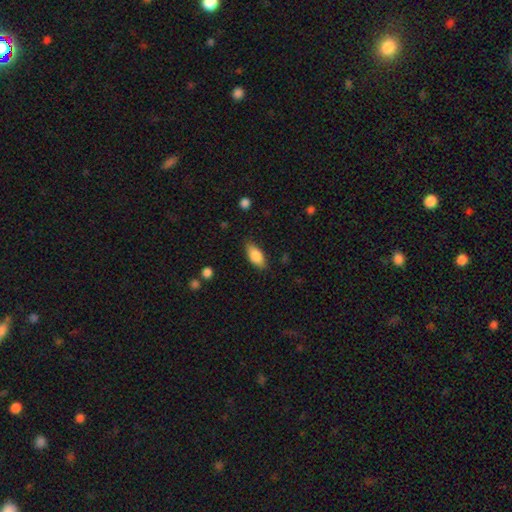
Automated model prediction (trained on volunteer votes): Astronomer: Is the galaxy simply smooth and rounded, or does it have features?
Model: smooth — 83%.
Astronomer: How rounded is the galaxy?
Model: in between — 88%.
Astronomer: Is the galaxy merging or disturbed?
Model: none — 82%.